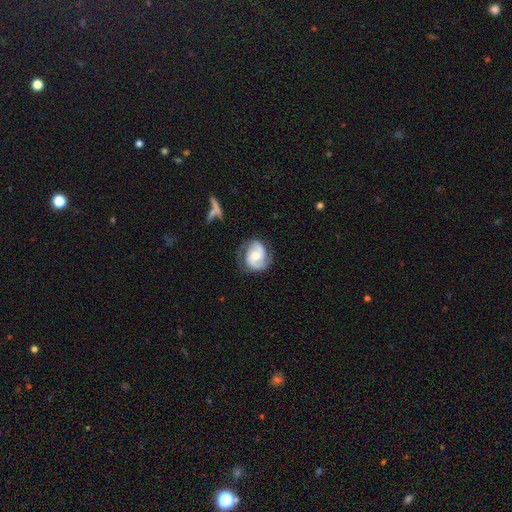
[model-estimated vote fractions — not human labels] Overall: featured or disk (80%). Edge-on disk: no (98%). Bar: no (52%; weak 37%). Spiral arms: yes (95%). Spiral arm count: 2 (88%). Spiral winding: medium (48%; tight 33%). Bulge size: moderate (61%; small 30%). Merging: none (74%).